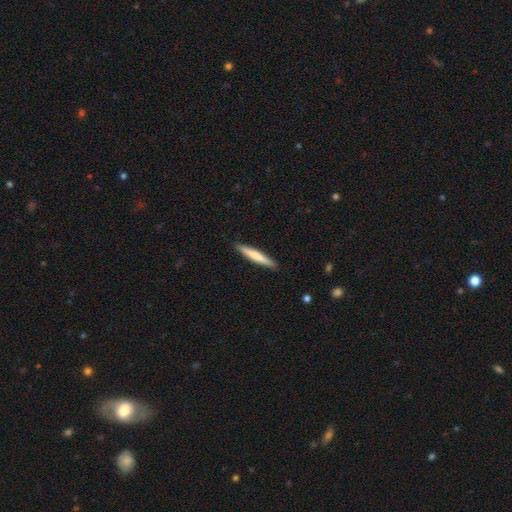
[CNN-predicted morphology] Smooth or featured? smooth (68%)
How rounded? cigar-shaped (94%)
Merging? none (91%)